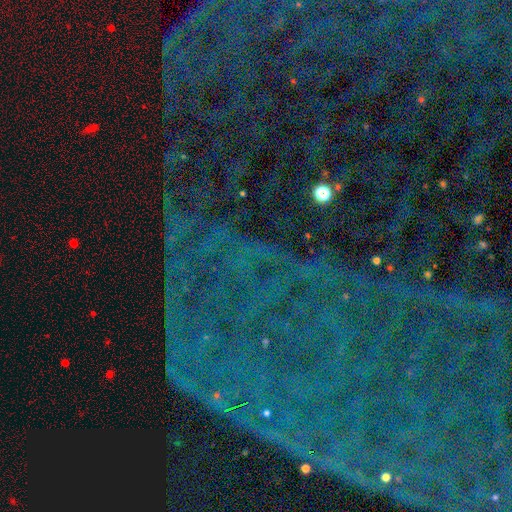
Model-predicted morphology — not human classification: Smooth or featured? Predicted: star or artifact (p=0.86).